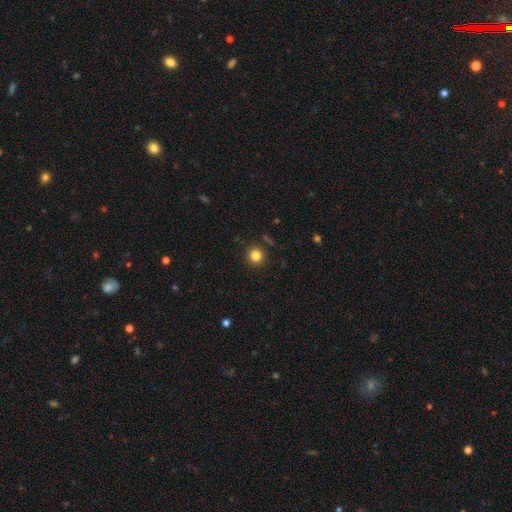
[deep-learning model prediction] Smooth or featured: smooth — 83% (star or artifact — 12%)
How rounded: round — 94% (in between — 5%)
Merging: none — 90% (minor disturbance — 6%)